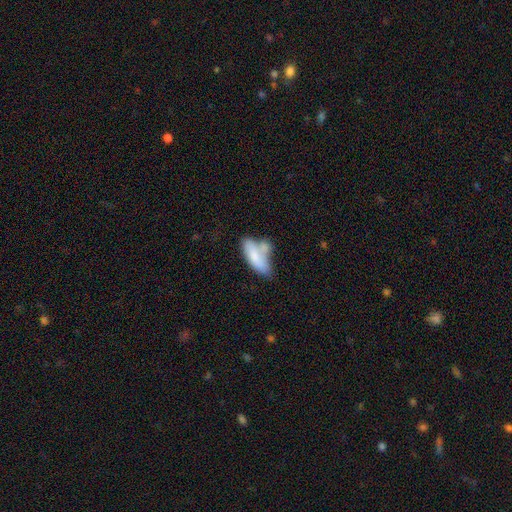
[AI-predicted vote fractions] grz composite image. It shows a smooth galaxy with no disk features (73%) that is in between round and cigar-shaped (75%). Merging: merger (42%).